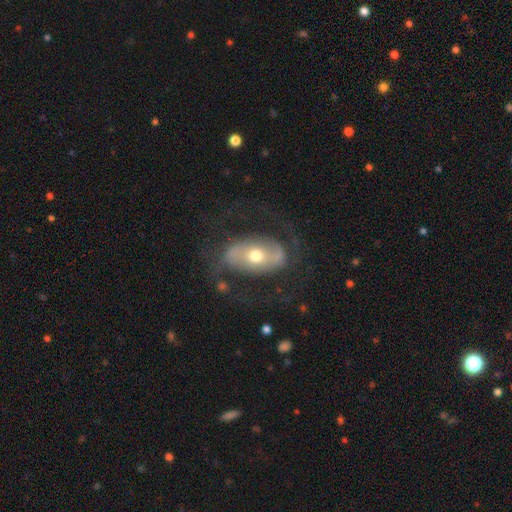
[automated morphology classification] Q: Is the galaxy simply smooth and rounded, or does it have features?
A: featured or disk — 72%.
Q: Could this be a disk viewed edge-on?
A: no — 94%.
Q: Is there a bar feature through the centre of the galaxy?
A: no — 42%.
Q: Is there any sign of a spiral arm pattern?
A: yes — 77%.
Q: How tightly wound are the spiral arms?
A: loose — 45%.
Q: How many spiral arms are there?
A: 2 — 86%.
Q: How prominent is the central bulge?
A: moderate — 69%.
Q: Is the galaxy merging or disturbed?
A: none — 66%.